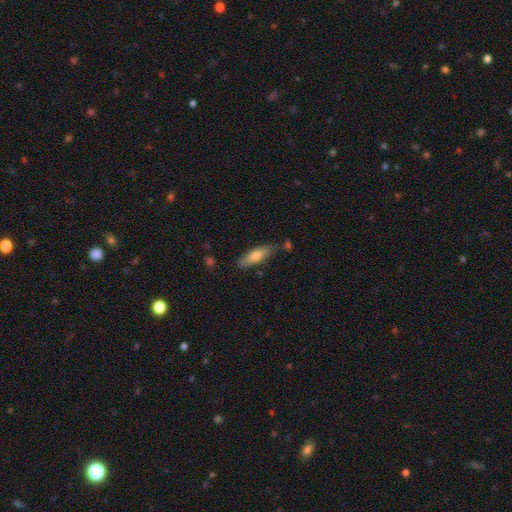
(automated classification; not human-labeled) This appears to be a smooth galaxy with no disk features (68%) that is cigar-shaped (63%). Merging: none (70%).